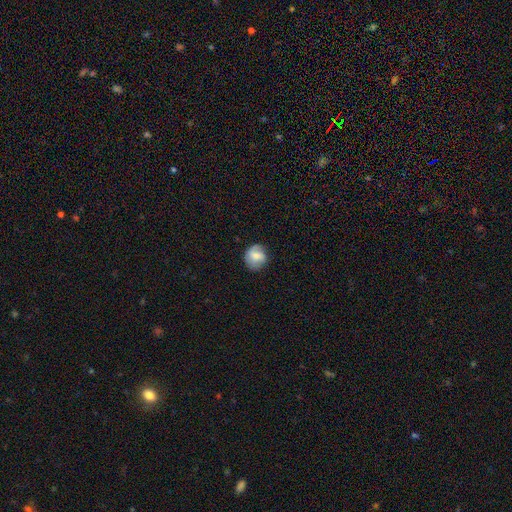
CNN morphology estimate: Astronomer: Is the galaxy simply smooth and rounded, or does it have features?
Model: smooth — 64%.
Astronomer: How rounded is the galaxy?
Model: round — 82%.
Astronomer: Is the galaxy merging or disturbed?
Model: none — 72%.